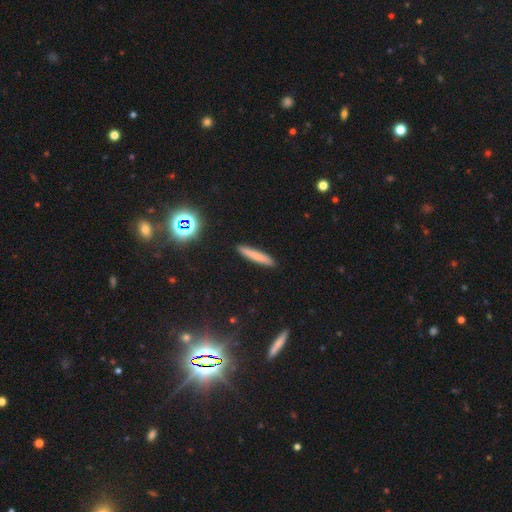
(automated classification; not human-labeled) smooth-or-featured: smooth: 76% | featured or disk: 14% | star or artifact: 10%
  how-rounded: cigar-shaped: 94% | in between: 5% | round: 2%
  merging: none: 91% | minor disturbance: 6% | major disturbance: 2% | merger: 1%